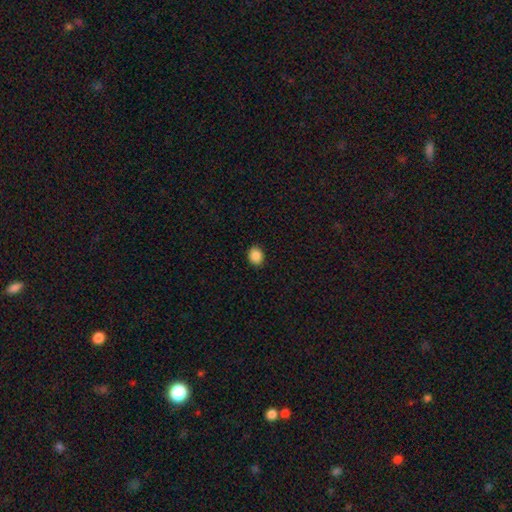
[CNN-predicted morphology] Smooth or featured? smooth (88%)
How rounded? round (64%)
Merging? none (91%)